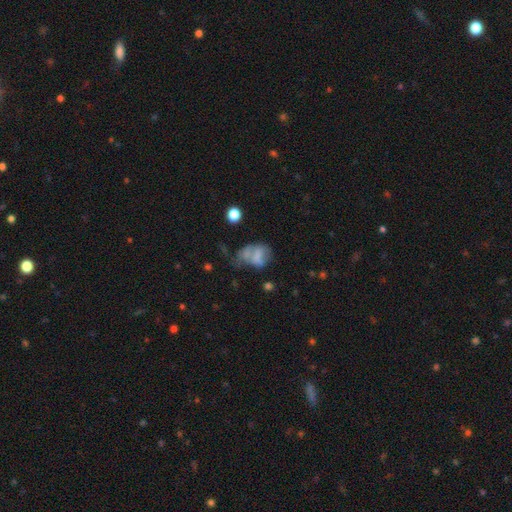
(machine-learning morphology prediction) type=smooth (56%); roundness=in between (70%); merging=major disturbance (31%).